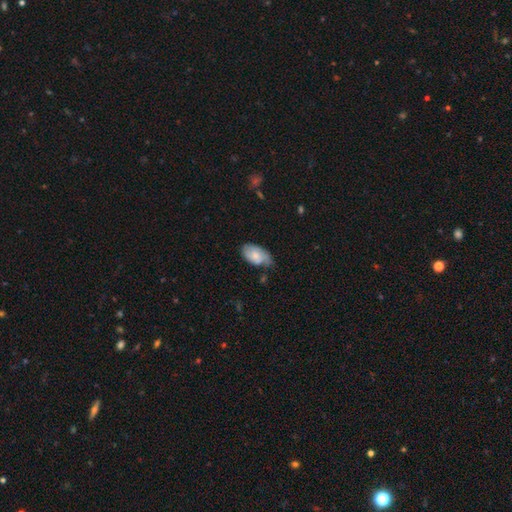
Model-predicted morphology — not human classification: Smooth or featured?
  - smooth: 65% *
  - featured or disk: 29%
  - star or artifact: 6%
How rounded?
  - in between: 93% *
  - round: 4%
  - cigar-shaped: 2%
Merging?
  - none: 46% *
  - minor disturbance: 40%
  - major disturbance: 11%
  - merger: 3%